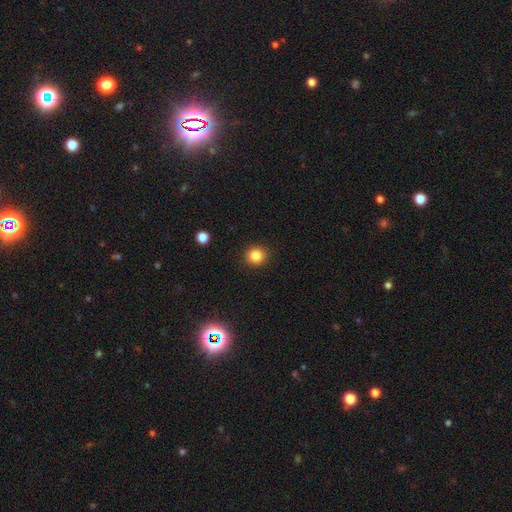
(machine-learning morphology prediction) Smooth or featured?
  - smooth: 85% *
  - star or artifact: 11%
  - featured or disk: 4%
How rounded?
  - round: 91% *
  - in between: 8%
  - cigar-shaped: 1%
Merging?
  - none: 91% *
  - minor disturbance: 6%
  - major disturbance: 2%
  - merger: 1%